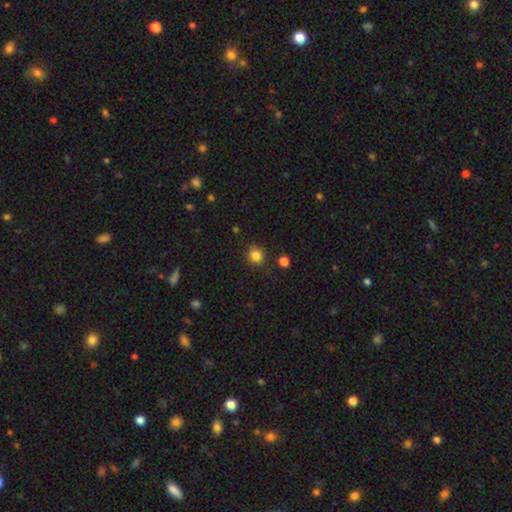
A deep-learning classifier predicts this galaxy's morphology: Smooth or featured?
  - smooth: 83% *
  - star or artifact: 13%
  - featured or disk: 5%
How rounded?
  - round: 83% *
  - in between: 16%
  - cigar-shaped: 1%
Merging?
  - none: 84% *
  - minor disturbance: 11%
  - major disturbance: 3%
  - merger: 3%